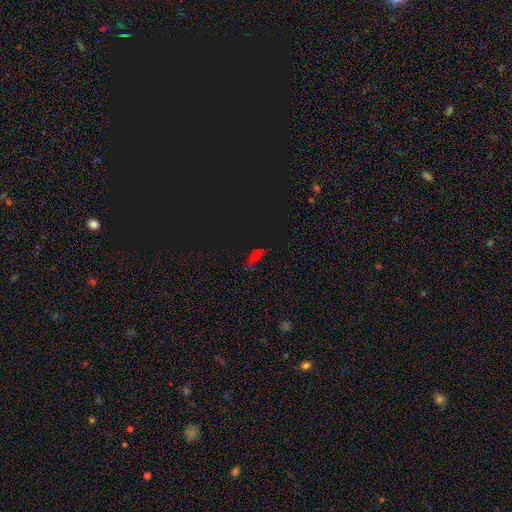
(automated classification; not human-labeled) This is possibly a star or artifact rather than a galaxy (59%).